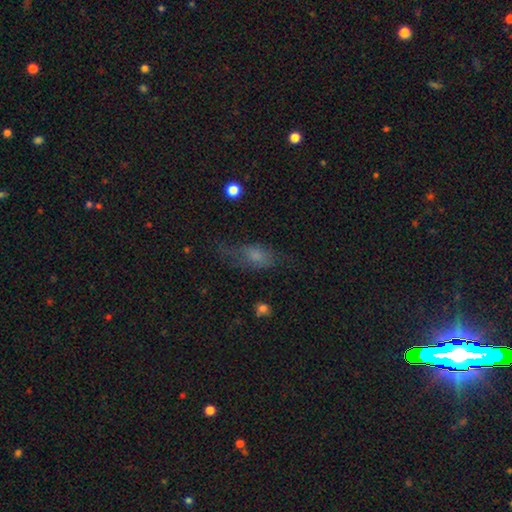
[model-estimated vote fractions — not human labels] smooth_or_featured: smooth (p=0.60) [alt: featured or disk p=0.27]
how_rounded: in between (p=0.76) [alt: cigar-shaped p=0.17]
merging: none (p=0.46) [alt: minor disturbance p=0.28]